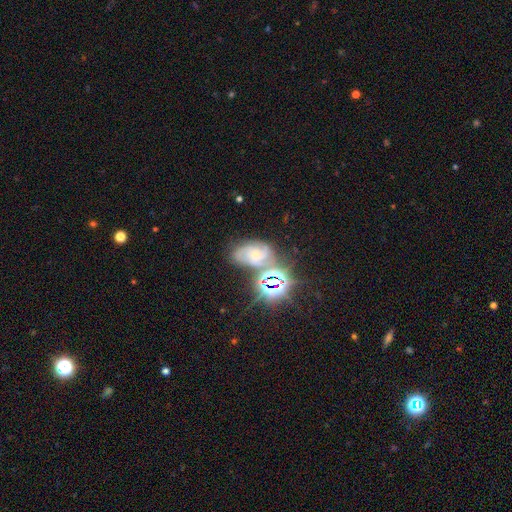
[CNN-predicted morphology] The model was most divided on "smooth or featured": featured or disk: 52%, star or artifact: 30%, smooth: 18%. Remaining: edge-on disk — no (96%); merging — none (48%).